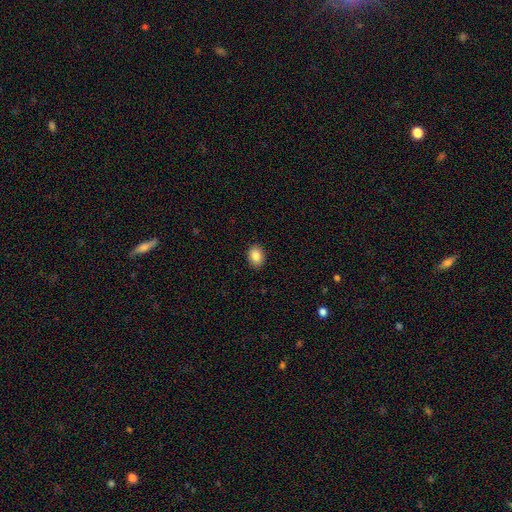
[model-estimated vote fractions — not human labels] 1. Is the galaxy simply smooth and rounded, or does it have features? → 86% smooth, 9% star or artifact, 6% featured or disk.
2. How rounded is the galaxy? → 67% in between, 32% round, 1% cigar-shaped.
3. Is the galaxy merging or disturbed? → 90% none, 7% minor disturbance, 2% major disturbance, 1% merger.